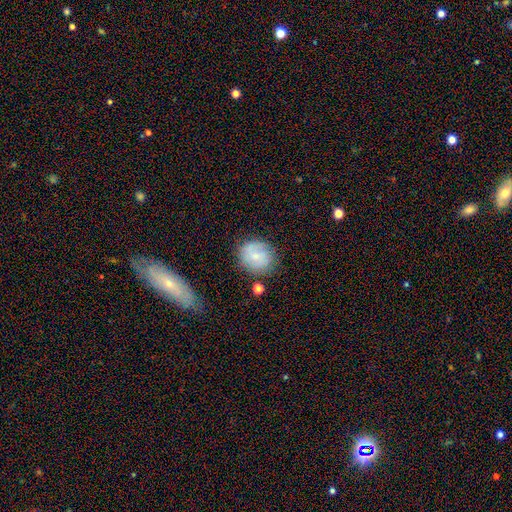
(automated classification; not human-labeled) Smooth or featured?
  - smooth: 61% *
  - featured or disk: 30%
  - star or artifact: 9%
How rounded?
  - round: 78% *
  - in between: 21%
  - cigar-shaped: 1%
Merging?
  - none: 72% *
  - minor disturbance: 18%
  - major disturbance: 6%
  - merger: 4%